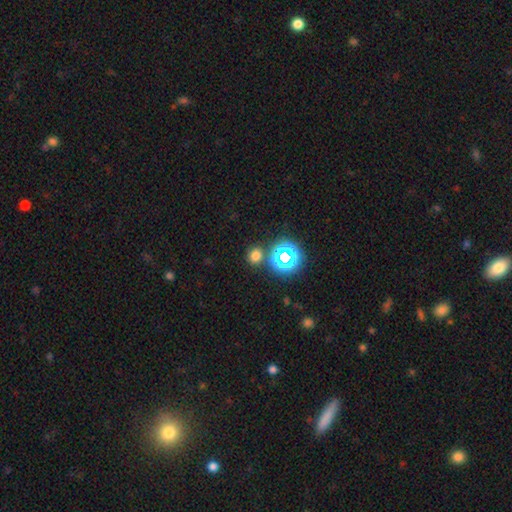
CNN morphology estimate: smooth 69%, star or artifact 25%, featured or disk 6%. Down the decision tree: how rounded — round (83%); merging — none (82%).